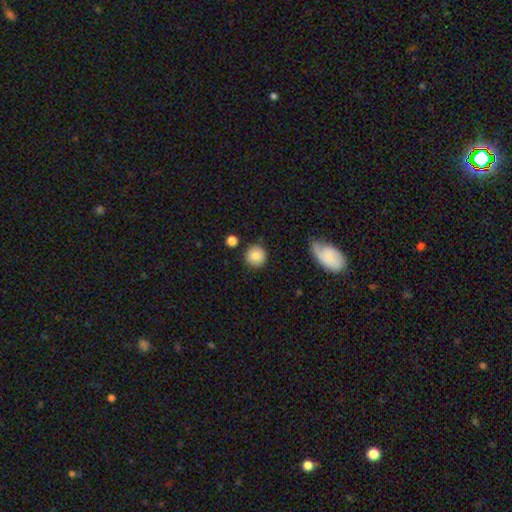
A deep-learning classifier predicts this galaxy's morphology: Overall: smooth (83%). How rounded: round (92%). Merging: none (85%).